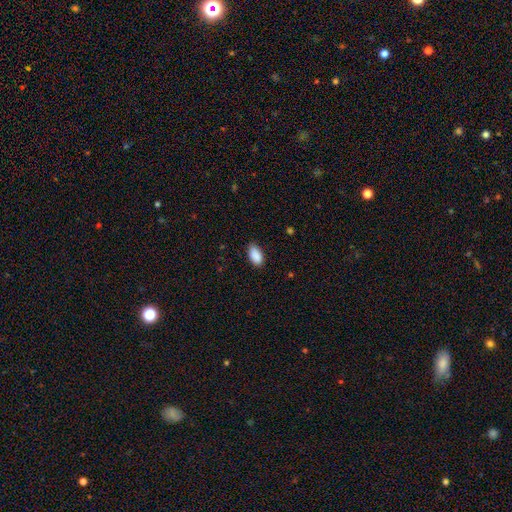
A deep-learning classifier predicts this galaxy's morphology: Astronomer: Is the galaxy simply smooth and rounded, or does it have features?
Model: smooth — 90%.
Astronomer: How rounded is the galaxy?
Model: in between — 94%.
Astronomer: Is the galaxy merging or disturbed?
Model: none — 81%.